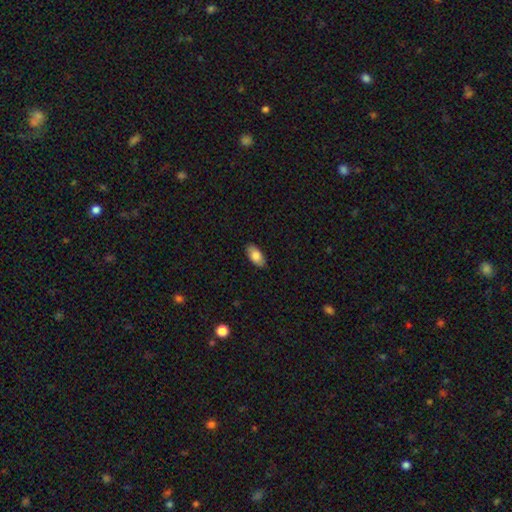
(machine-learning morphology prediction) Smooth or featured: smooth — 83% (featured or disk — 10%)
How rounded: in between — 93% (cigar-shaped — 5%)
Merging: none — 88% (minor disturbance — 9%)